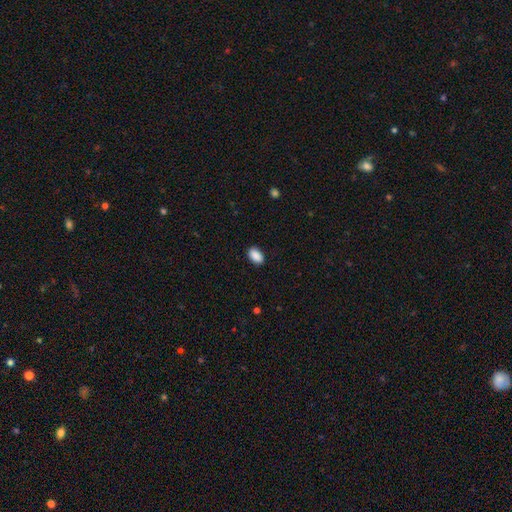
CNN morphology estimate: Q: Smooth or featured?
A: smooth (90%); runner-up: star or artifact (7%)
Q: How rounded?
A: in between (91%); runner-up: round (7%)
Q: Merging?
A: none (89%); runner-up: minor disturbance (8%)